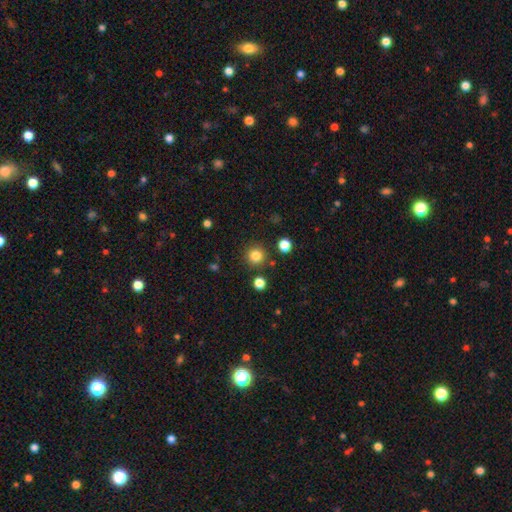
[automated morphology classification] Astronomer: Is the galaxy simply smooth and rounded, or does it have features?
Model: smooth — 83%.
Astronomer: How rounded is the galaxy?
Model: round — 95%.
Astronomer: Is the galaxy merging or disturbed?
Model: none — 87%.